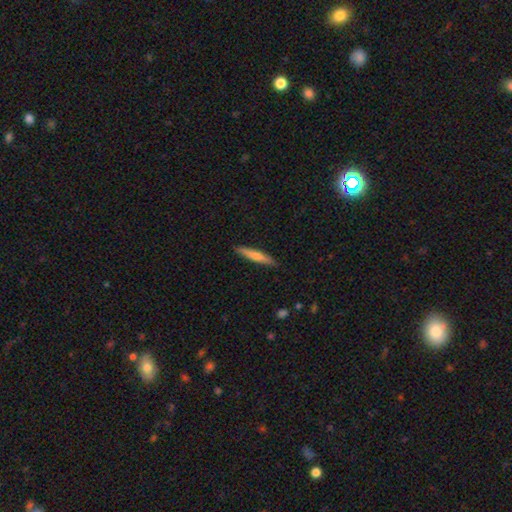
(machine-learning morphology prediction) Q: Smooth or featured?
A: smooth (67%); runner-up: featured or disk (27%)
Q: How rounded?
A: cigar-shaped (92%); runner-up: in between (7%)
Q: Merging?
A: none (89%); runner-up: minor disturbance (8%)